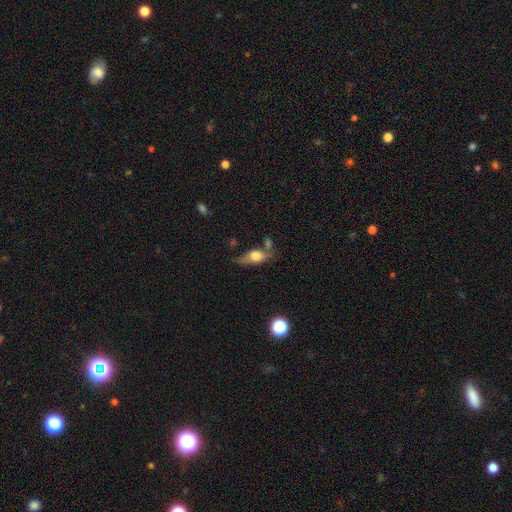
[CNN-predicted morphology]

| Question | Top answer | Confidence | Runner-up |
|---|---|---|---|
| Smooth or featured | smooth | 54% | featured or disk (37%) |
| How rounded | in between | 69% | cigar-shaped (19%) |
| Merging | none | 48% | minor disturbance (26%) |